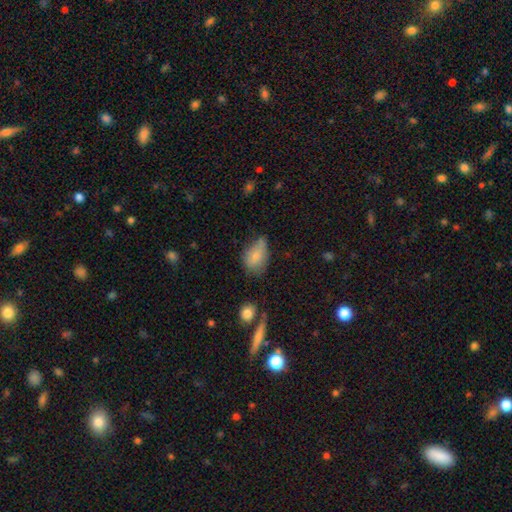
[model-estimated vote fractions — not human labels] smooth-or-featured: smooth: 75% | featured or disk: 16% | star or artifact: 9%
  how-rounded: in between: 78% | round: 20% | cigar-shaped: 2%
  merging: minor disturbance: 40% | none: 37% | major disturbance: 15% | merger: 8%